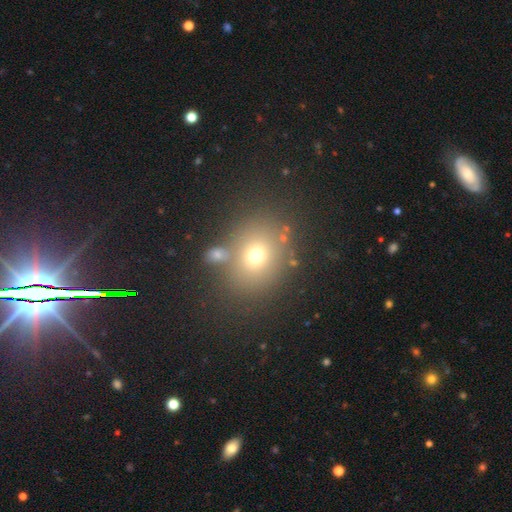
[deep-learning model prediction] This is likely a smooth galaxy (67%). How rounded: likely round (60%). Merging: likely none (72%).